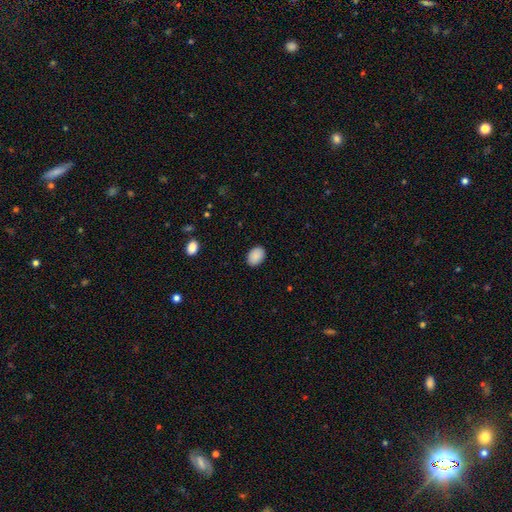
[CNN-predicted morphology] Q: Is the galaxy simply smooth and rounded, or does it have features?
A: smooth — 90%.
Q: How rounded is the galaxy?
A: in between — 78%.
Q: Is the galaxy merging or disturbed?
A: none — 88%.